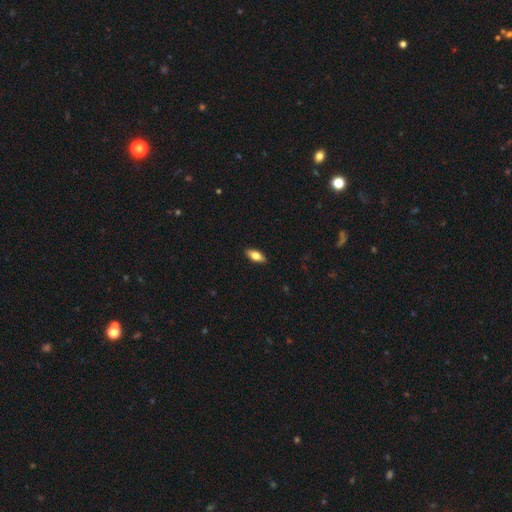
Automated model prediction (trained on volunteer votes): Smooth or featured? smooth (70%)
How rounded? in between (81%)
Merging? none (89%)